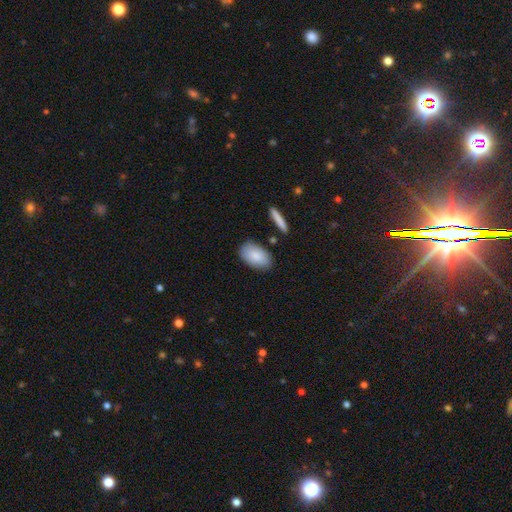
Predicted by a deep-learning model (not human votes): smooth 85%, featured or disk 9%, star or artifact 6%. Down the decision tree: how rounded — in between (94%); merging — none (82%).